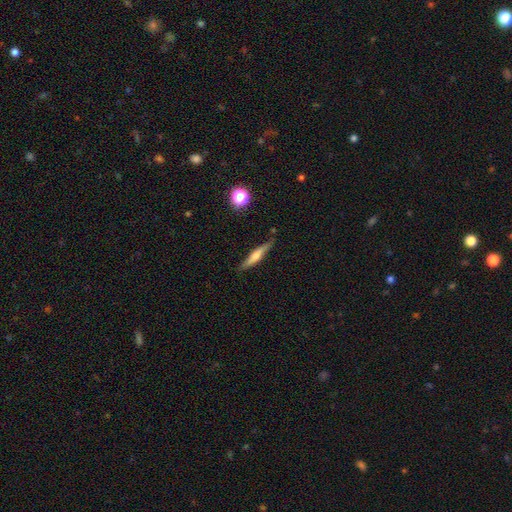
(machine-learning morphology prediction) A smooth galaxy with no disk features (47%).

Vote fractions:
- Smooth or featured? smooth: 47% / featured or disk: 45% / star or artifact: 8%
- Merging? none: 82% / minor disturbance: 13% / major disturbance: 3% / merger: 2%